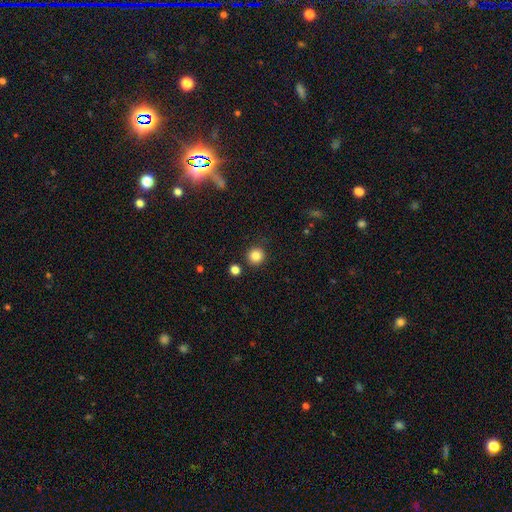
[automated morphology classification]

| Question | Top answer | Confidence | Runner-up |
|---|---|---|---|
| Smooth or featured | smooth | 84% | star or artifact (11%) |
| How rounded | round | 94% | in between (5%) |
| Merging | none | 88% | minor disturbance (7%) |